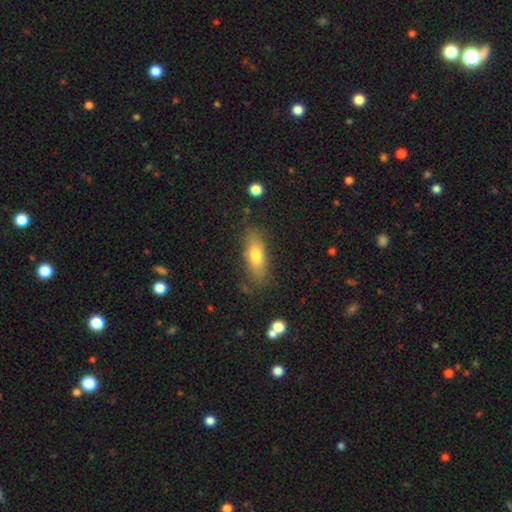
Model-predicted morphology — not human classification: smooth_or_featured: smooth (p=0.72) [alt: featured or disk p=0.20]
how_rounded: in between (p=0.68) [alt: cigar-shaped p=0.28]
merging: none (p=0.77) [alt: minor disturbance p=0.16]